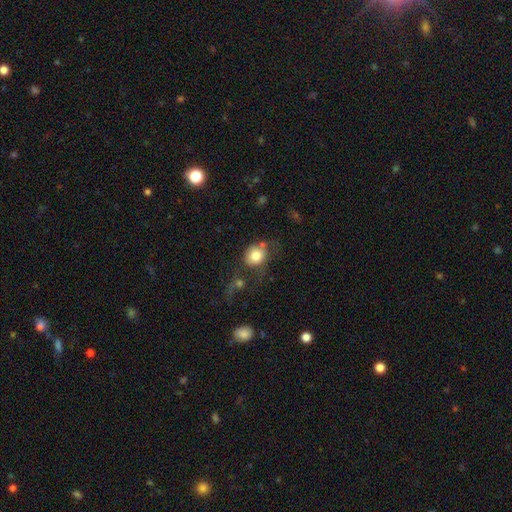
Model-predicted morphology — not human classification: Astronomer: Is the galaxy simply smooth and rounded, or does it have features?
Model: smooth — 79%.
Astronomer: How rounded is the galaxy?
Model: round — 70%.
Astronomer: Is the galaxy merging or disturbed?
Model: none — 45% (runner-up: minor disturbance, 22%).